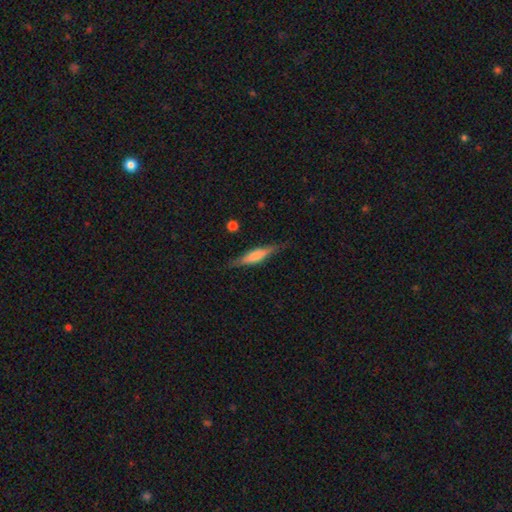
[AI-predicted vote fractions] Smooth or featured? Predicted: smooth (p=0.54). How rounded? Predicted: cigar-shaped (p=0.79). Merging? Predicted: none (p=0.82).